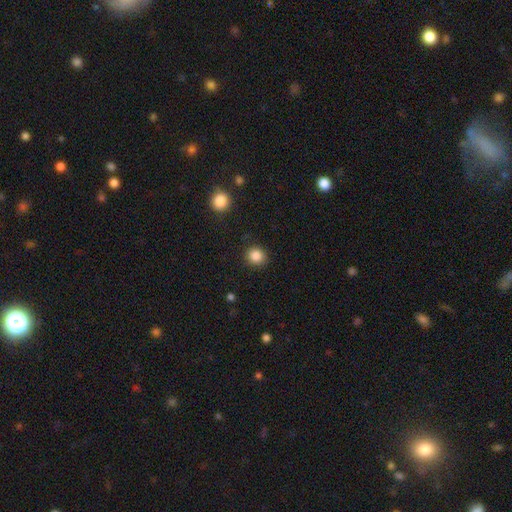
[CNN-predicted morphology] Q: Smooth or featured?
A: smooth (86%); runner-up: star or artifact (10%)
Q: How rounded?
A: round (86%); runner-up: in between (13%)
Q: Merging?
A: none (89%); runner-up: minor disturbance (7%)